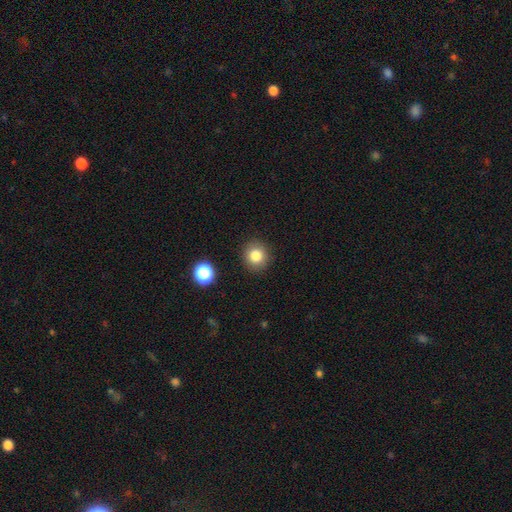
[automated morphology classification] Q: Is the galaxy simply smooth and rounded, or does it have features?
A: smooth — 83%.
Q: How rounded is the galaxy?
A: round — 88%.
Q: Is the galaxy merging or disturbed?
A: none — 90%.